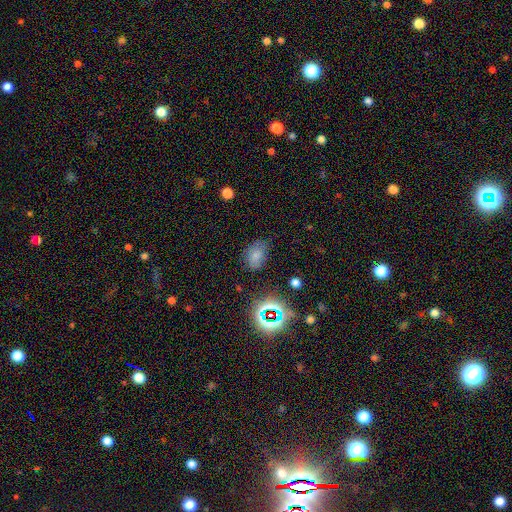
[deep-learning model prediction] Q: Smooth or featured?
A: smooth (67%); runner-up: star or artifact (23%)
Q: How rounded?
A: in between (81%); runner-up: round (17%)
Q: Merging?
A: none (63%); runner-up: minor disturbance (25%)